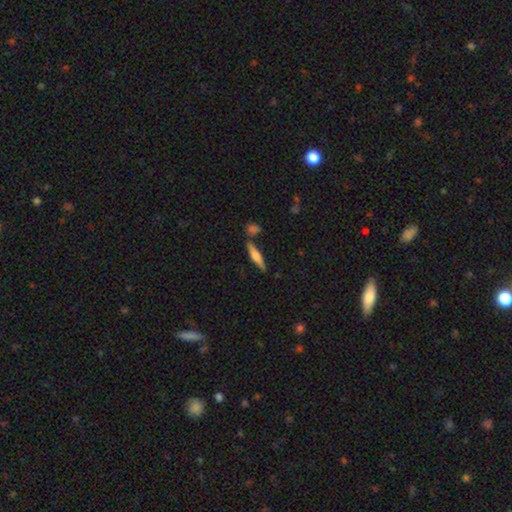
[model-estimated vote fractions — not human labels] Smooth or featured? Predicted: smooth (p=0.48). Merging? Predicted: none (p=0.78).